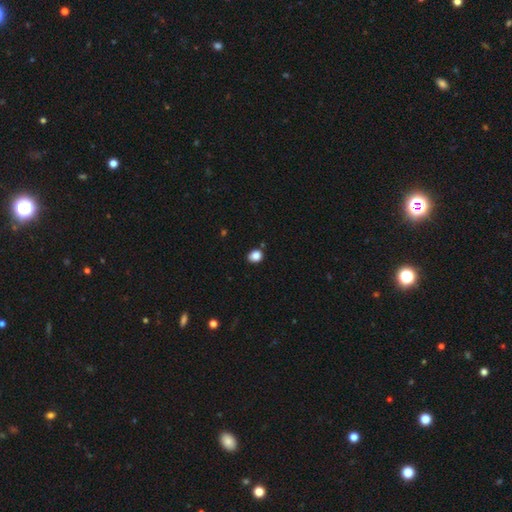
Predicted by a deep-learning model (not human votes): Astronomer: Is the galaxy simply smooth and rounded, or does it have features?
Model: smooth — 86%.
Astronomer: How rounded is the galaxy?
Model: round — 61% (runner-up: in between, 39%).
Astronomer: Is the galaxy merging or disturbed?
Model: none — 84%.